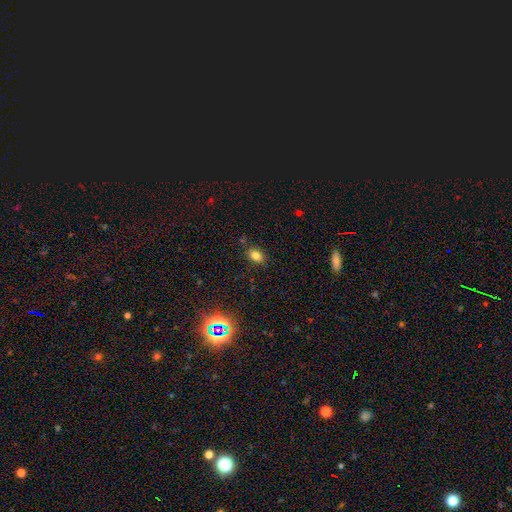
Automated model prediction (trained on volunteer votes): The model was most divided on "how rounded": in between: 79%, round: 19%, cigar-shaped: 2%. More confident: merging — none (83%); smooth or featured — smooth (80%).